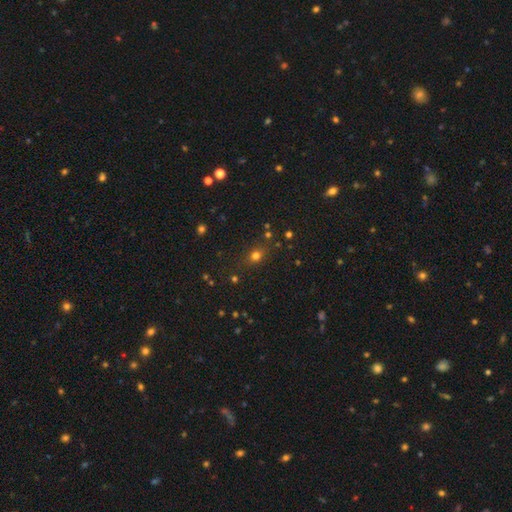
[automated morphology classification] Overall: smooth (71%). How rounded: round (60%; in between 38%). Merging: none (81%).